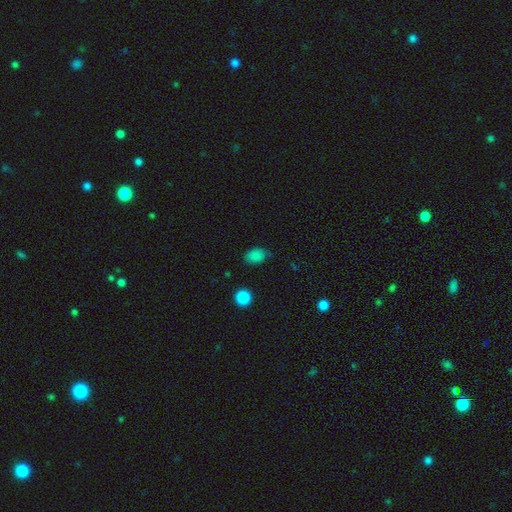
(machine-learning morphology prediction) smooth 83%, star or artifact 12%, featured or disk 4%. Down the decision tree: how rounded — in between (77%); merging — none (71%).